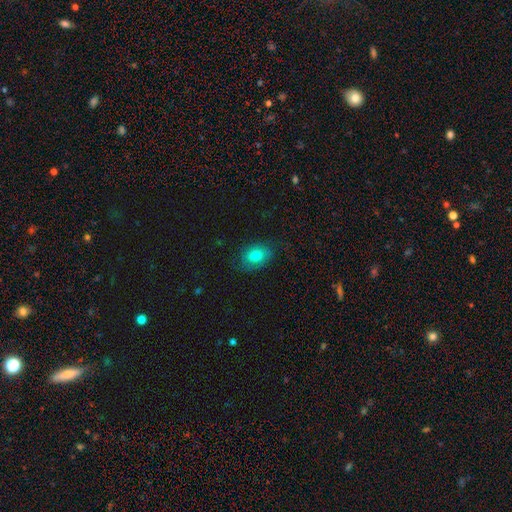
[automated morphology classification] The model was most divided on "smooth or featured": smooth: 68%, featured or disk: 23%, star or artifact: 9%. More confident: how rounded — in between (78%); merging — none (68%).